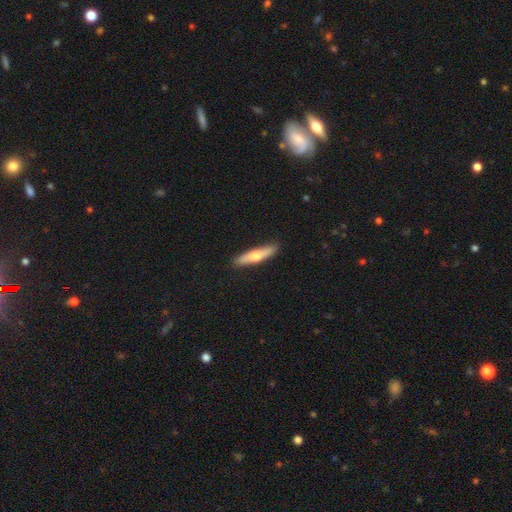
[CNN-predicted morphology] smooth-or-featured: smooth: 54% | featured or disk: 41% | star or artifact: 5%
  how-rounded: cigar-shaped: 84% | in between: 14% | round: 2%
  merging: none: 89% | minor disturbance: 8% | major disturbance: 2% | merger: 1%